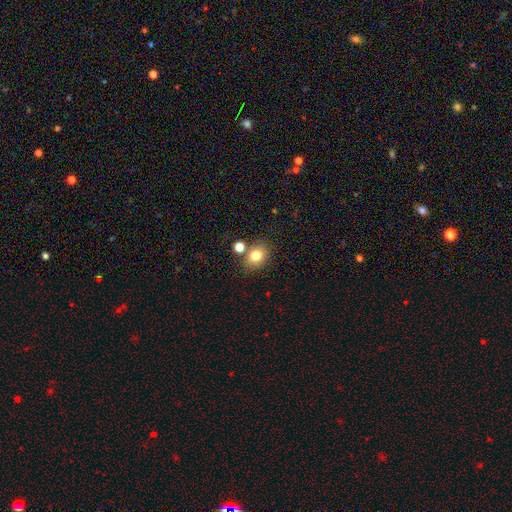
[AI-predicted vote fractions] This appears to be a smooth galaxy with no disk features (78%) that is round (51%). Merging: none (71%).